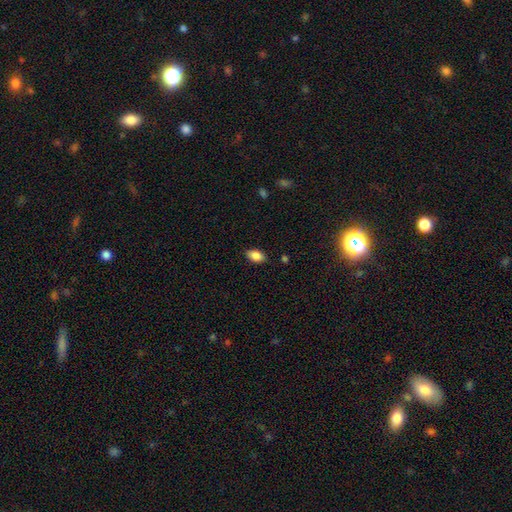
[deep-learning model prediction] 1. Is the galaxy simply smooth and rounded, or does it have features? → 88% smooth, 8% star or artifact, 4% featured or disk.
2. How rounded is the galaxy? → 91% in between, 6% round, 3% cigar-shaped.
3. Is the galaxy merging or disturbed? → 85% none, 11% minor disturbance, 2% major disturbance, 1% merger.